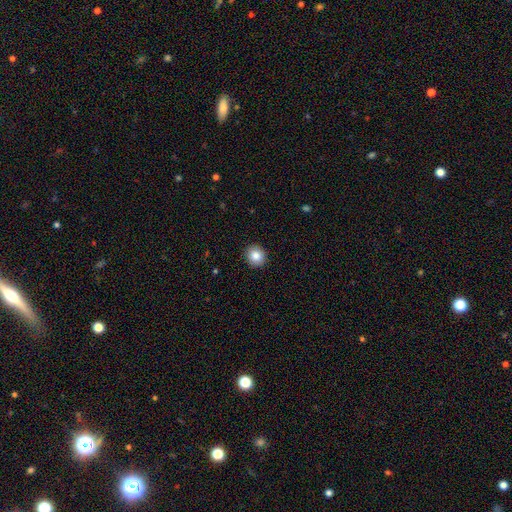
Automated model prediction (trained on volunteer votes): Overall: smooth (85%). How rounded: round (86%). Merging: none (92%).